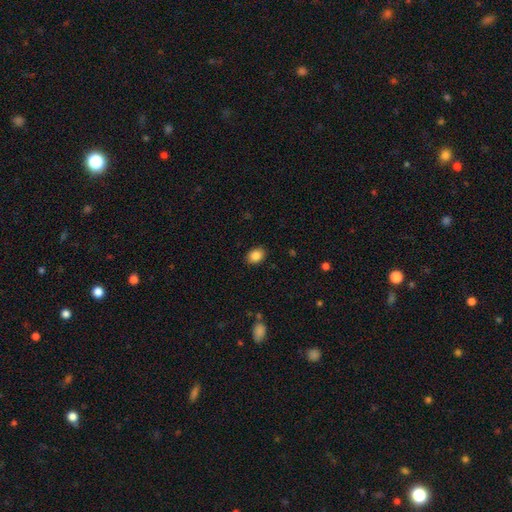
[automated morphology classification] A smooth galaxy with no disk features (86%) that is in between round and cigar-shaped (62%).

Vote fractions:
- Smooth or featured? smooth: 86% / star or artifact: 9% / featured or disk: 5%
- How rounded? in between: 62% / round: 37% / cigar-shaped: 1%
- Merging? none: 89% / minor disturbance: 8% / major disturbance: 2% / merger: 1%